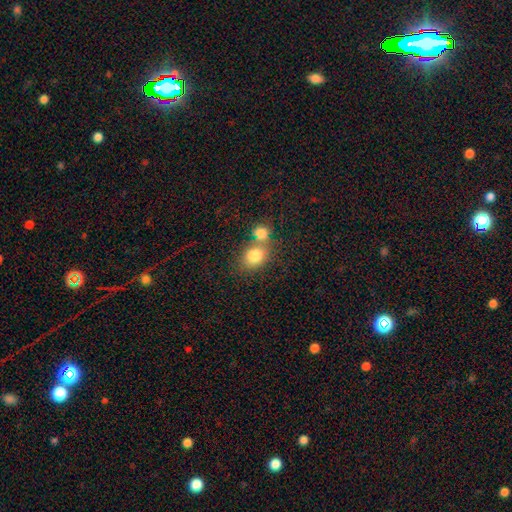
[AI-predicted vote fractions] Q: Smooth or featured?
A: smooth (81%); runner-up: star or artifact (9%)
Q: How rounded?
A: round (52%); runner-up: in between (47%)
Q: Merging?
A: merger (49%); runner-up: none (38%)